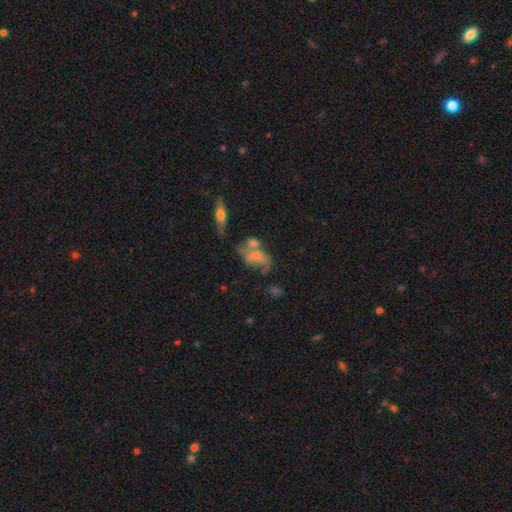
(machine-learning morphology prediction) Smooth or featured: smooth — 50% (featured or disk — 39%)
Merging: merger — 38% (none — 25%)